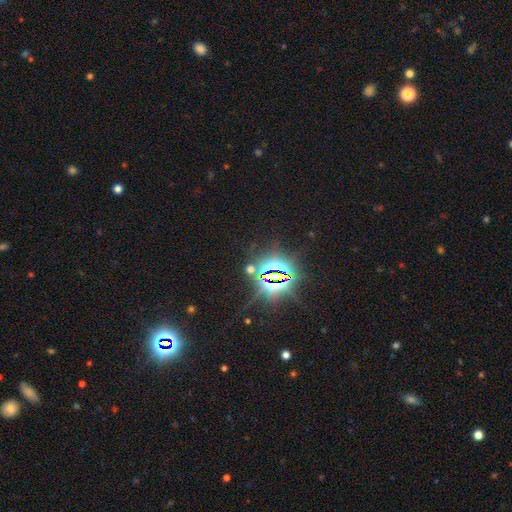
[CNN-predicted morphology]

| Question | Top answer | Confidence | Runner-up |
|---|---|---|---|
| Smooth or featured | star or artifact | 85% | smooth (9%) |